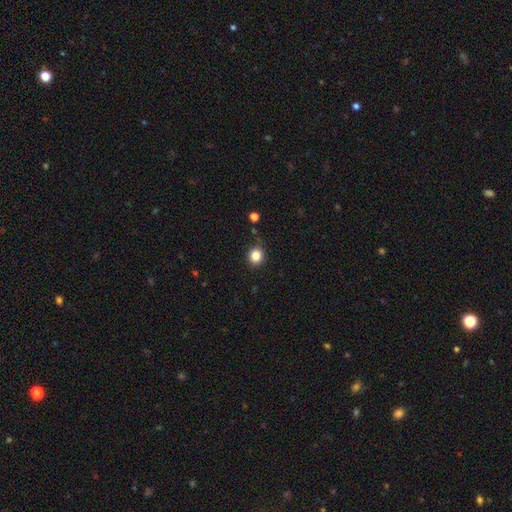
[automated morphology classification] smooth 83%, star or artifact 12%, featured or disk 5%. Down the decision tree: how rounded — round (81%); merging — none (85%).